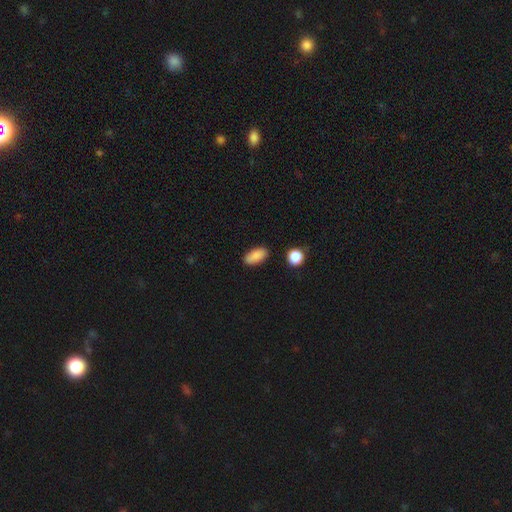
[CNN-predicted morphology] Smooth or featured: smooth — 88% (star or artifact — 8%)
How rounded: in between — 90% (cigar-shaped — 7%)
Merging: none — 84% (minor disturbance — 11%)